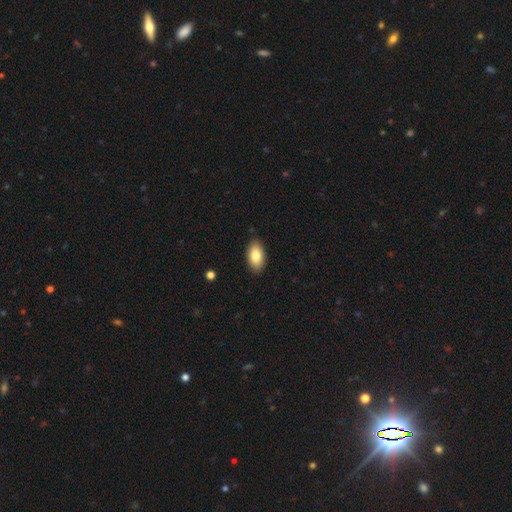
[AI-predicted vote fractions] This is clearly a smooth galaxy (83%). How rounded: clearly in between (94%). Merging: clearly none (87%).